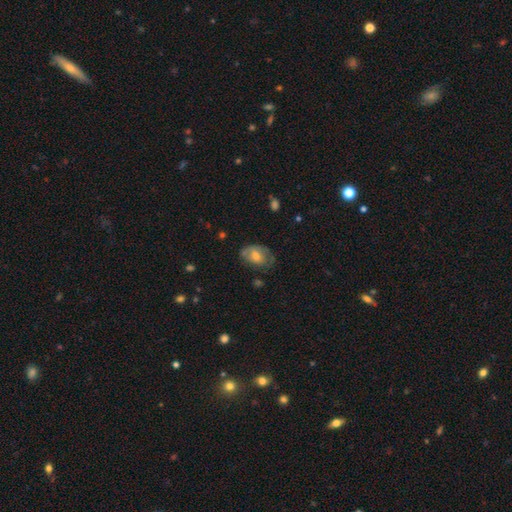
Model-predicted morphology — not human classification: Smooth or featured? smooth (52%)
How rounded? in between (80%)
Merging? none (58%)